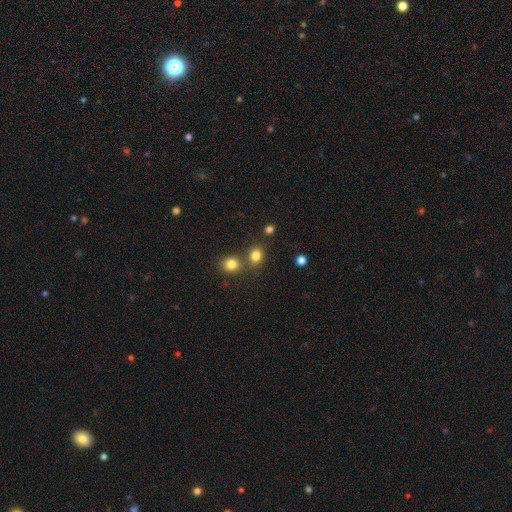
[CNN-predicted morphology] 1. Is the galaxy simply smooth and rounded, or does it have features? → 80% smooth, 13% star or artifact, 6% featured or disk.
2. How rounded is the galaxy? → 60% round, 38% in between, 1% cigar-shaped.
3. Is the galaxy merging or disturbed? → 61% none, 26% merger, 10% minor disturbance, 3% major disturbance.